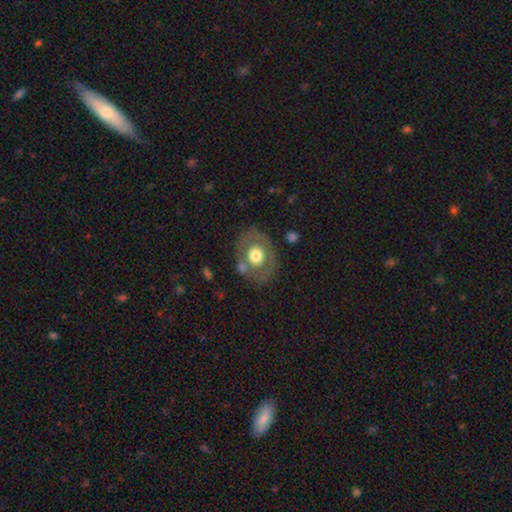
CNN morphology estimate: The model was most divided on "how rounded": in between: 52%, round: 47%, cigar-shaped: 1%. More confident: merging — none (70%); smooth or featured — smooth (52%).